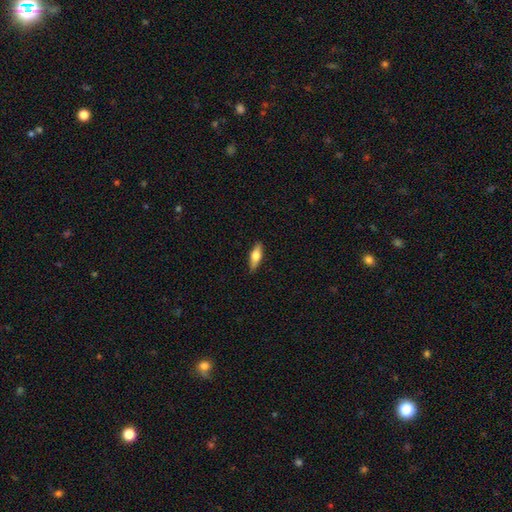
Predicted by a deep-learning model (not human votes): Q: Smooth or featured?
A: smooth (60%); runner-up: featured or disk (34%)
Q: How rounded?
A: in between (55%); runner-up: cigar-shaped (43%)
Q: Merging?
A: none (86%); runner-up: minor disturbance (11%)